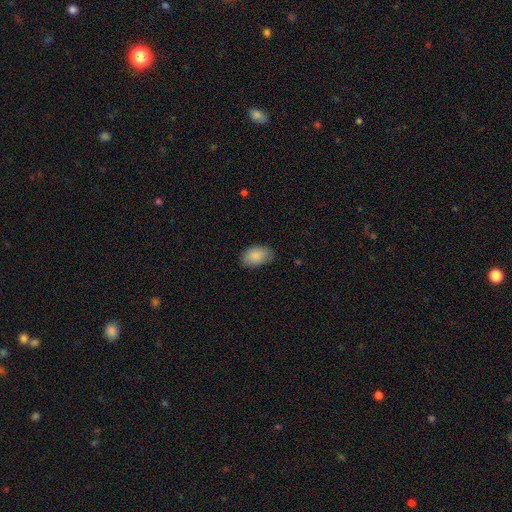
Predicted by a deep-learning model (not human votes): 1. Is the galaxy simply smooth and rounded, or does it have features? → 89% smooth, 6% star or artifact, 5% featured or disk.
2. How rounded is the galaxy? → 91% in between, 8% round, 1% cigar-shaped.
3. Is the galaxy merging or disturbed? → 80% none, 16% minor disturbance, 3% major disturbance, 1% merger.